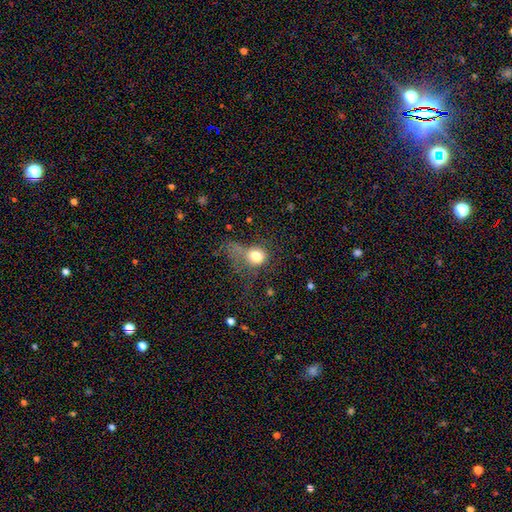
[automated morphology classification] A smooth galaxy with no disk features (75%) that is round (69%).

Vote fractions:
- Smooth or featured? smooth: 75% / featured or disk: 14% / star or artifact: 12%
- How rounded? round: 69% / in between: 30% / cigar-shaped: 1%
- Merging? major disturbance: 40% / none: 31% / minor disturbance: 20% / merger: 8%